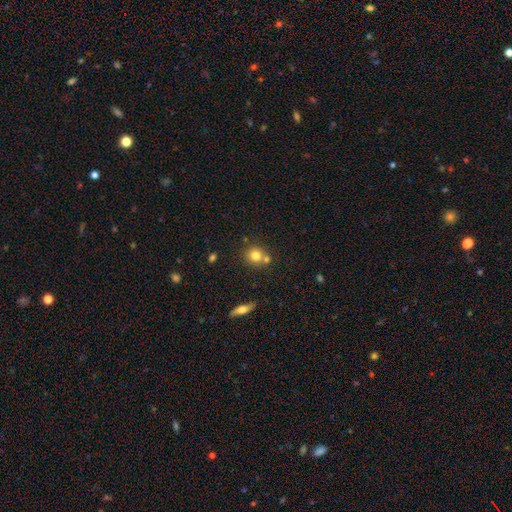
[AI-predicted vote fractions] A smooth galaxy with no disk features (77%) that is round (87%).

Vote fractions:
- Smooth or featured? smooth: 77% / featured or disk: 12% / star or artifact: 11%
- How rounded? round: 87% / in between: 12% / cigar-shaped: 1%
- Merging? none: 60% / merger: 28% / minor disturbance: 9% / major disturbance: 3%